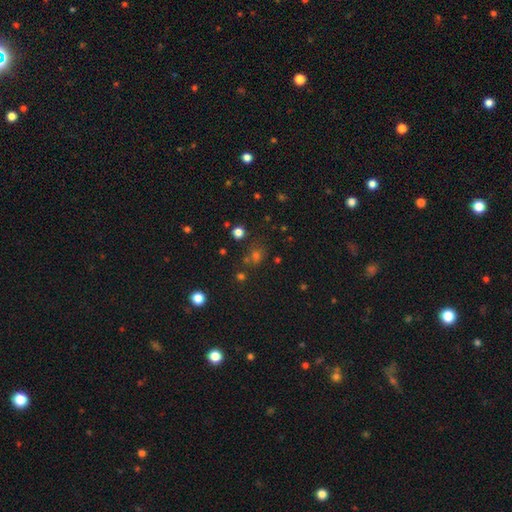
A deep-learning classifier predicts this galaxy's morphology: smooth-or-featured: smooth: 52% | star or artifact: 40% | featured or disk: 8%
  how-rounded: round: 80% | in between: 18% | cigar-shaped: 1%
  merging: none: 71% | merger: 14% | minor disturbance: 11% | major disturbance: 5%